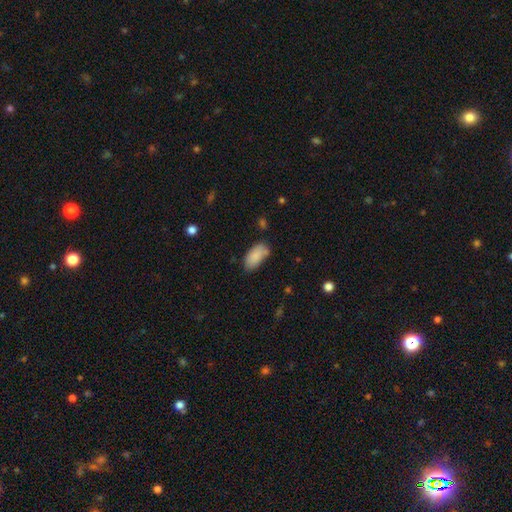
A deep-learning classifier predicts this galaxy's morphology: A smooth galaxy with no disk features (87%) that is in between round and cigar-shaped (93%). Merging: none (67%).